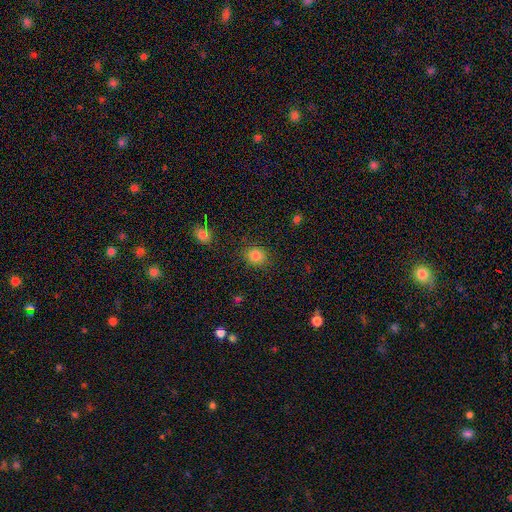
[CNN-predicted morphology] Smooth or featured? Predicted: smooth (p=0.84). How rounded? Predicted: round (p=0.79). Merging? Predicted: none (p=0.86).